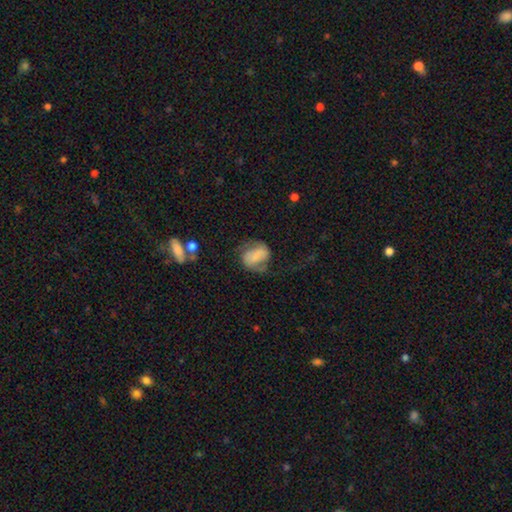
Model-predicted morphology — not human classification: smooth_or_featured: smooth (p=0.49) [alt: featured or disk p=0.42]
merging: none (p=0.44) [alt: major disturbance p=0.28]